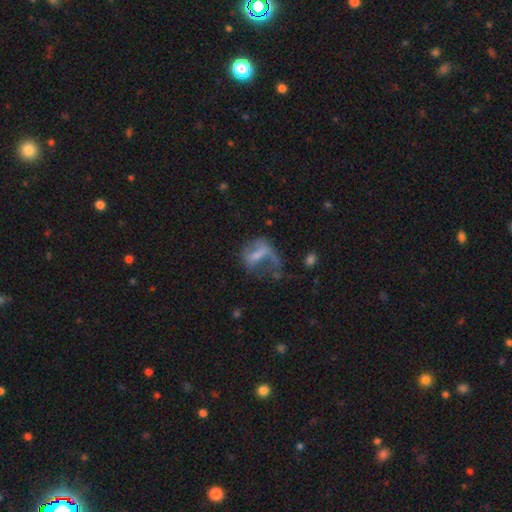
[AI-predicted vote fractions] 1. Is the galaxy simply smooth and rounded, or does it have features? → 49% featured or disk, 39% smooth, 12% star or artifact.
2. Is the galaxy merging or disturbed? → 53% major disturbance, 23% none, 17% minor disturbance, 6% merger.